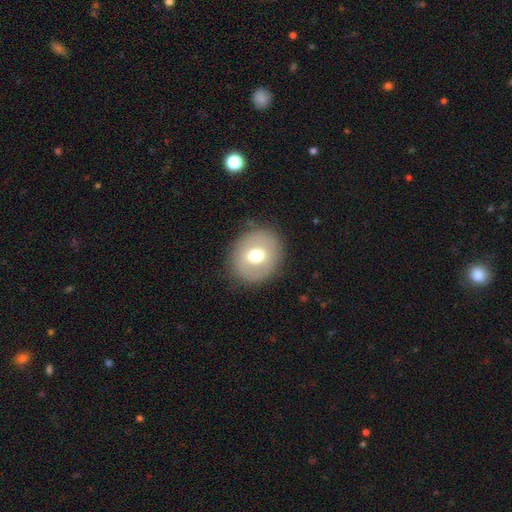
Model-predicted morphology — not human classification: This is likely a smooth galaxy (63%). How rounded: likely round (73%). Merging: clearly none (84%).